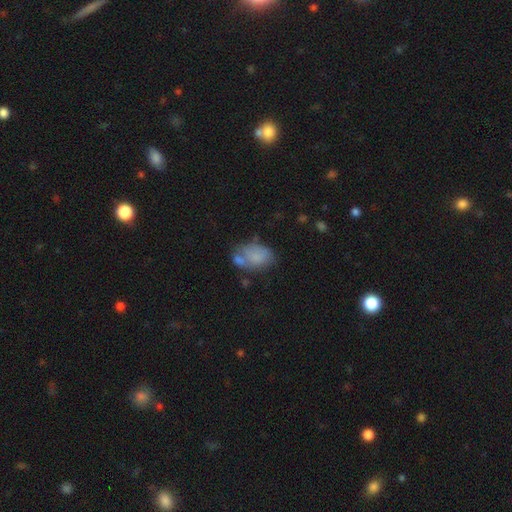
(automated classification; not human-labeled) This is likely a smooth galaxy (71%). How rounded: clearly in between (84%). Merging: marginally none (36%).